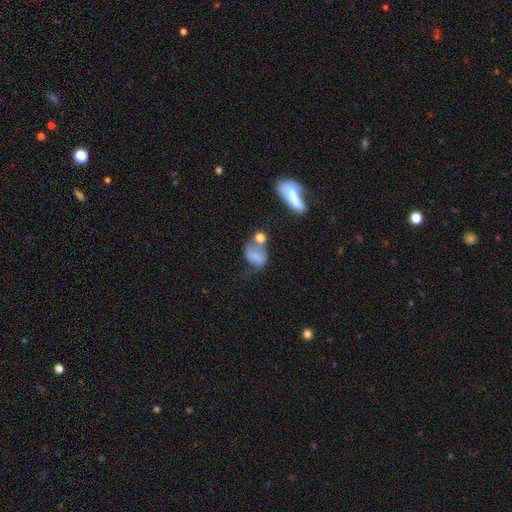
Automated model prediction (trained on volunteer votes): Smooth or featured? smooth (65%)
How rounded? in between (71%)
Merging? major disturbance (27%)